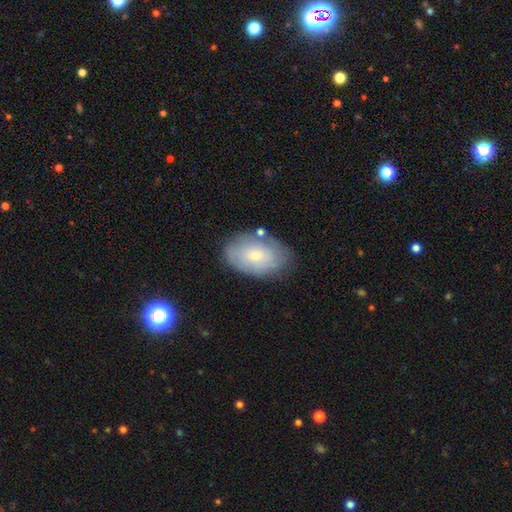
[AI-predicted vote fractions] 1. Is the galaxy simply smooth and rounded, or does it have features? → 62% smooth, 31% featured or disk, 7% star or artifact.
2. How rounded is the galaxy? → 89% in between, 10% round, 1% cigar-shaped.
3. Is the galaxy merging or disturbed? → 72% none, 19% minor disturbance, 5% major disturbance, 4% merger.